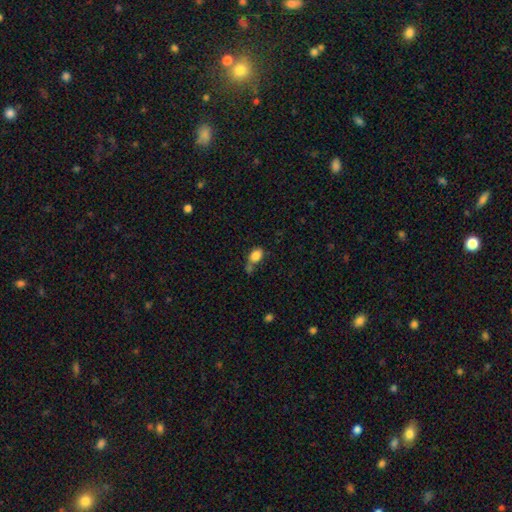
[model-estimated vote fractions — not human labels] Morphology: type=smooth (84%); roundness=in between (74%); merging=none (39%).